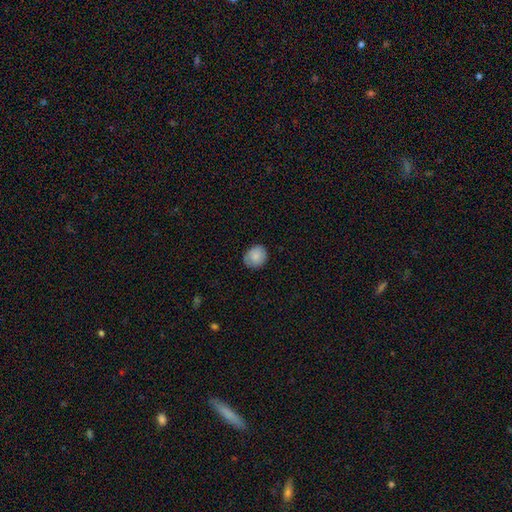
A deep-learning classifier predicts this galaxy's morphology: This is clearly a smooth galaxy (82%). How rounded: likely round (70%). Merging: likely none (80%).